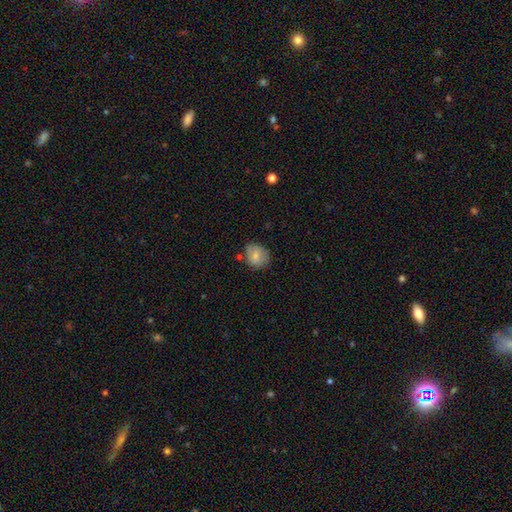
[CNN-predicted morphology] This appears to be a smooth galaxy with no disk features (77%) that is round (66%). Merging: none (67%).